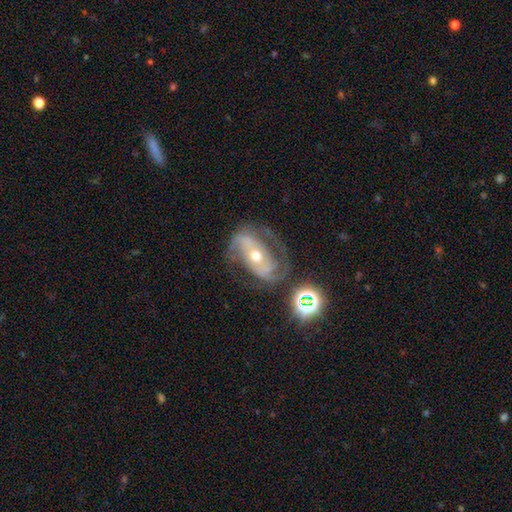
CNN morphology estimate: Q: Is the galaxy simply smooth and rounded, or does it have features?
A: featured or disk — 82%.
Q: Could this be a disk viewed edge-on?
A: no — 95%.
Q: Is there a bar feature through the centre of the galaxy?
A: no — 40%.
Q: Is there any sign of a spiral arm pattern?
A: yes — 92%.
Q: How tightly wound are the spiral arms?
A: medium — 48%.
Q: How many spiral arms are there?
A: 2 — 82%.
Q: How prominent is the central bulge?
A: moderate — 64%.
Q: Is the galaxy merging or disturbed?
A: none — 62%.